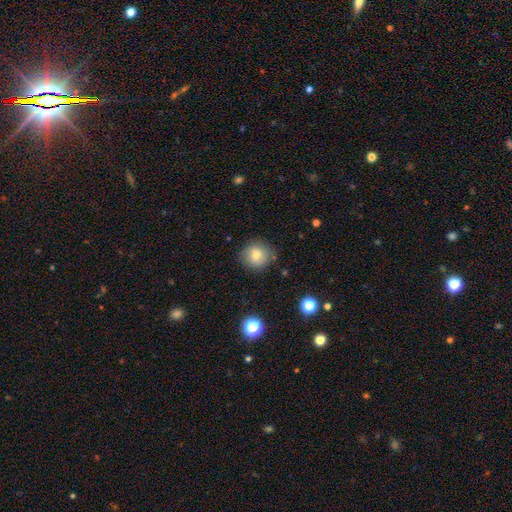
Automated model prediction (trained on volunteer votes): Morphology: type=smooth (79%); roundness=round (86%); merging=none (83%).